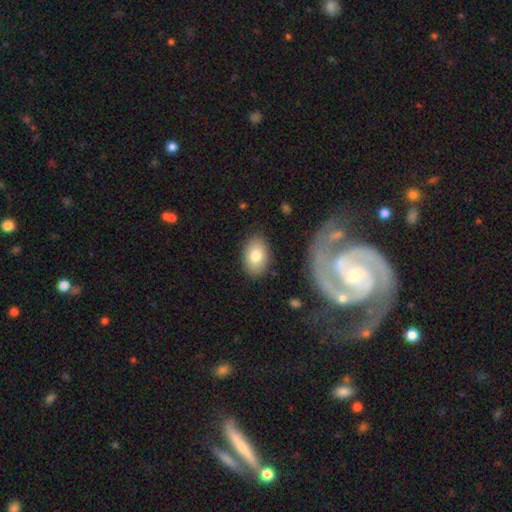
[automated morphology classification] Smooth or featured: smooth — 80% (featured or disk — 13%)
How rounded: in between — 87% (round — 11%)
Merging: none — 86% (minor disturbance — 10%)